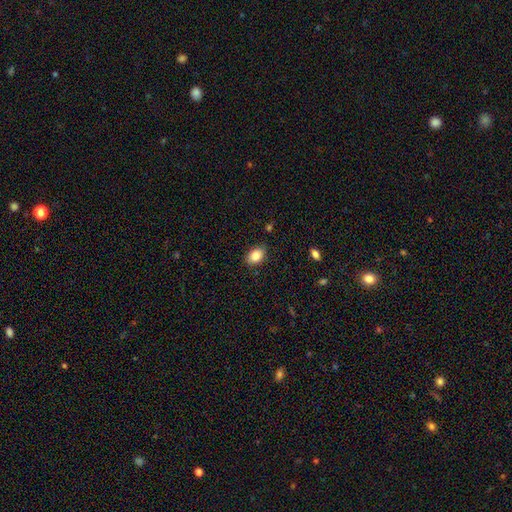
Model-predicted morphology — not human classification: smooth 85%, star or artifact 8%, featured or disk 7%. Down the decision tree: how rounded — in between (81%); merging — none (84%).